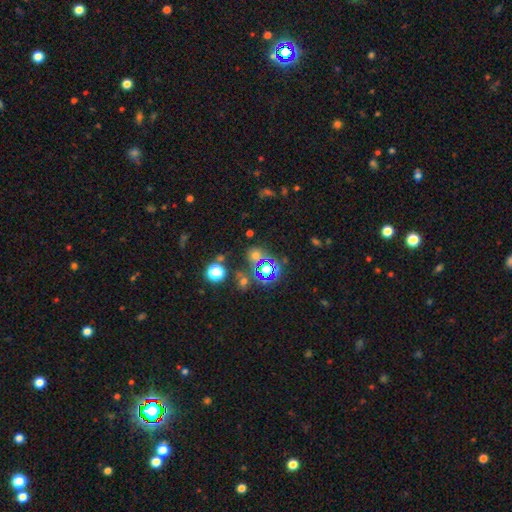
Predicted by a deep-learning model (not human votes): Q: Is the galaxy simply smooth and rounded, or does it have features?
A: star or artifact — 46%, tied with smooth.